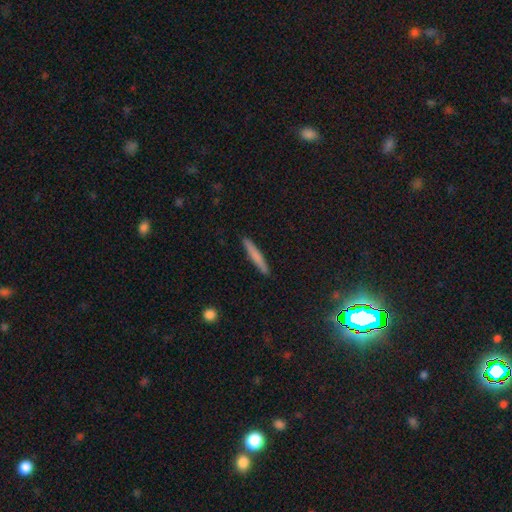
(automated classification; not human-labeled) smooth_or_featured: smooth (p=0.71) [alt: featured or disk p=0.22]
how_rounded: cigar-shaped (p=0.95) [alt: in between p=0.03]
merging: none (p=0.91) [alt: minor disturbance p=0.07]